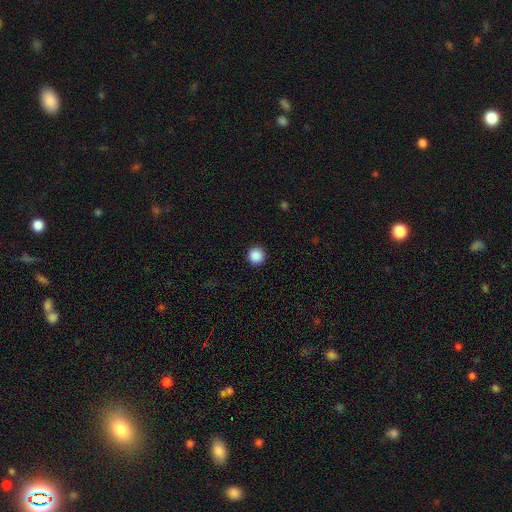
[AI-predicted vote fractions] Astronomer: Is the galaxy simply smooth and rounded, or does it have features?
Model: smooth — 89%.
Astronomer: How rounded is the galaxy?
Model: round — 96%.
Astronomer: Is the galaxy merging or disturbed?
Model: none — 93%.